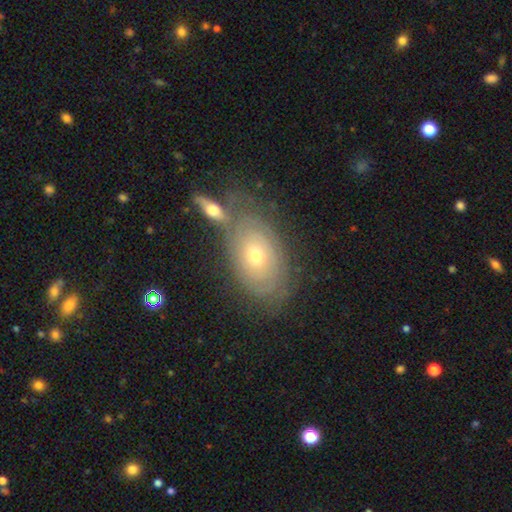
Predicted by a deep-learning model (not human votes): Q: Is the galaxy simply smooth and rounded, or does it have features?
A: featured or disk — 67%.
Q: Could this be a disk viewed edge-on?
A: no — 91%.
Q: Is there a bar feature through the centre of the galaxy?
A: no — 85%.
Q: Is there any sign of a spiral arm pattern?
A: yes — 75%.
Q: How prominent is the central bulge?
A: moderate — 49%.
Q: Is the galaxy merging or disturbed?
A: none — 60%.